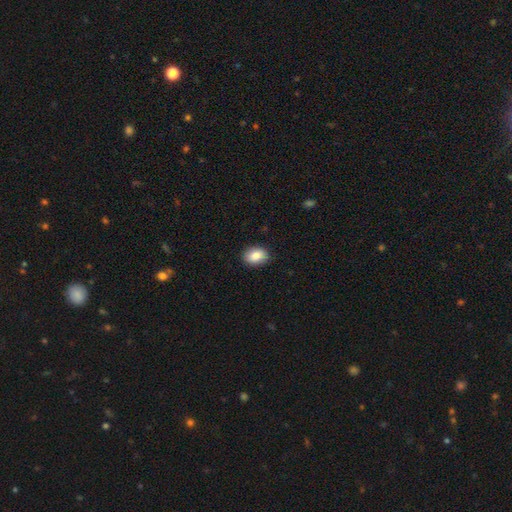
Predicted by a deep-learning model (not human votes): Smooth or featured?
  - smooth: 85% *
  - star or artifact: 8%
  - featured or disk: 7%
How rounded?
  - in between: 78% *
  - round: 21%
  - cigar-shaped: 1%
Merging?
  - none: 89% *
  - minor disturbance: 9%
  - major disturbance: 2%
  - merger: 1%